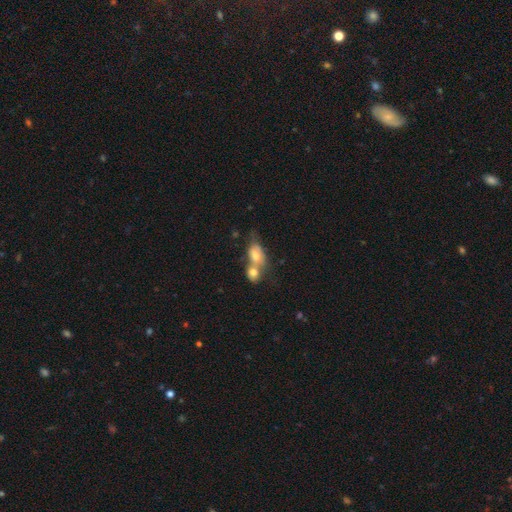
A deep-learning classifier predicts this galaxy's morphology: A smooth galaxy with no disk features (66%) that is in between round and cigar-shaped (67%).

Vote fractions:
- Smooth or featured? smooth: 66% / featured or disk: 24% / star or artifact: 10%
- How rounded? in between: 67% / round: 28% / cigar-shaped: 5%
- Merging? merger: 65% / none: 20% / minor disturbance: 9% / major disturbance: 6%